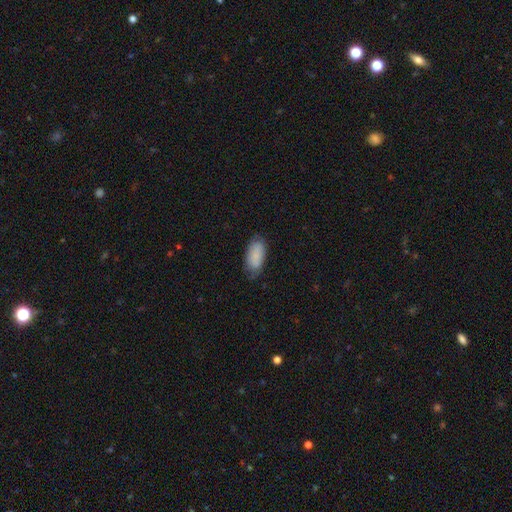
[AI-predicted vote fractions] A smooth galaxy with no disk features (86%) that is in between round and cigar-shaped (92%).

Vote fractions:
- Smooth or featured? smooth: 86% / featured or disk: 8% / star or artifact: 6%
- How rounded? in between: 92% / cigar-shaped: 6% / round: 2%
- Merging? none: 71% / minor disturbance: 23% / major disturbance: 5% / merger: 1%